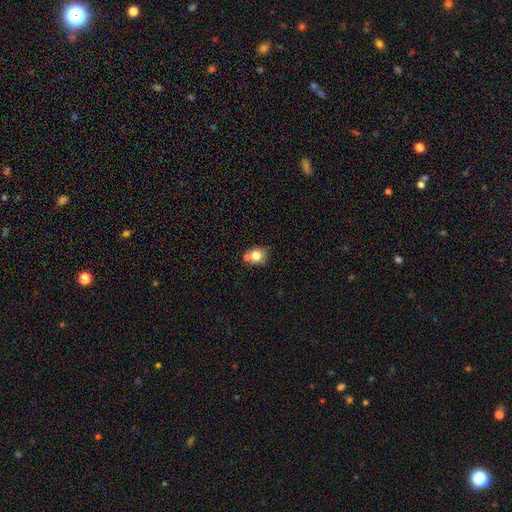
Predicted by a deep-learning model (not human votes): Smooth or featured? smooth (74%)
How rounded? round (57%)
Merging? none (54%)